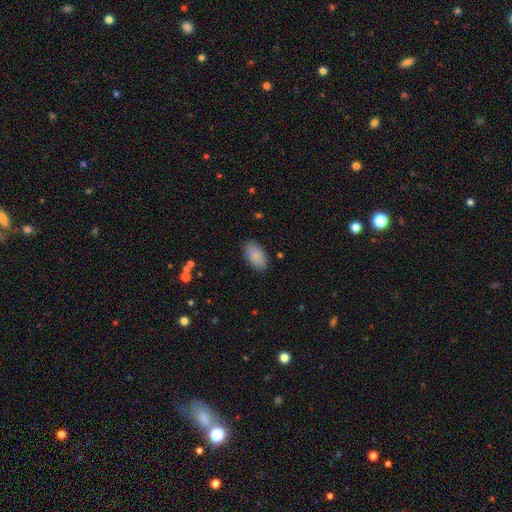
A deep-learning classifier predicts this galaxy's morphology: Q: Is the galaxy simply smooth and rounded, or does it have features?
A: smooth — 83%.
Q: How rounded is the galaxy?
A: in between — 94%.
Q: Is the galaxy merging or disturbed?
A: none — 81%.